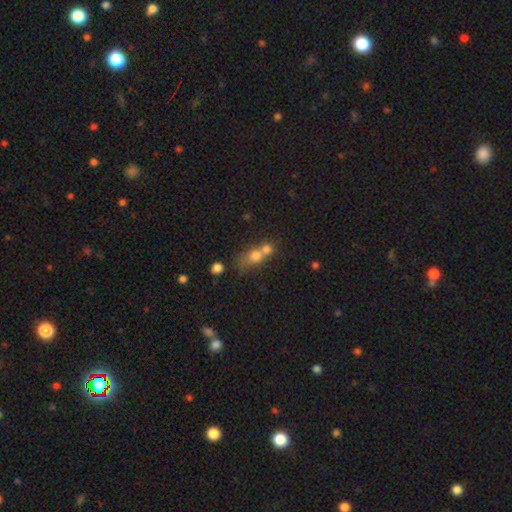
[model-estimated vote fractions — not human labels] Overall: smooth (70%). How rounded: round (54%; in between 40%). Merging: merger (63%).